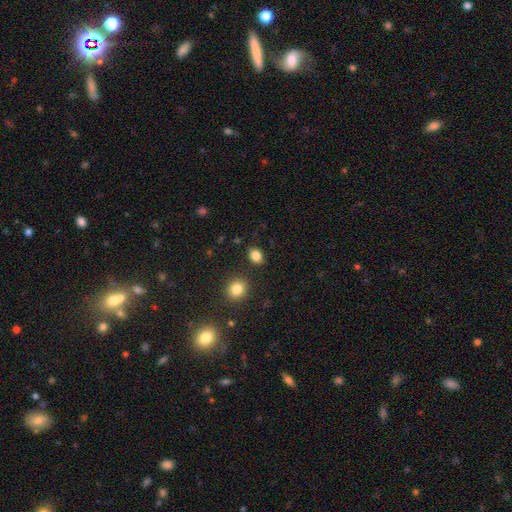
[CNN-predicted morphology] This appears to be a smooth galaxy with no disk features (85%) that is in between round and cigar-shaped (63%). Merging: none (84%).